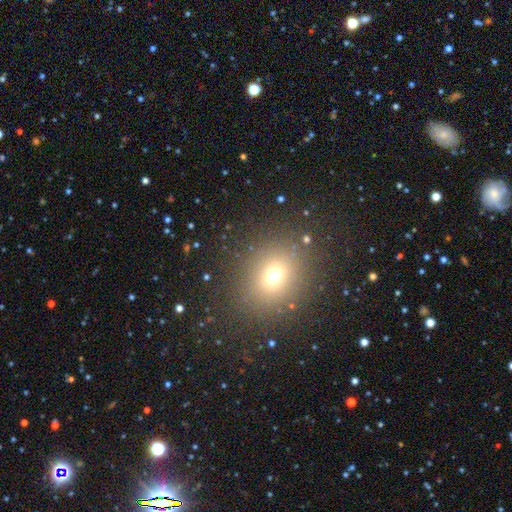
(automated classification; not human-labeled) A smooth galaxy with no disk features (59%) that is round (67%). Merging: none (88%).